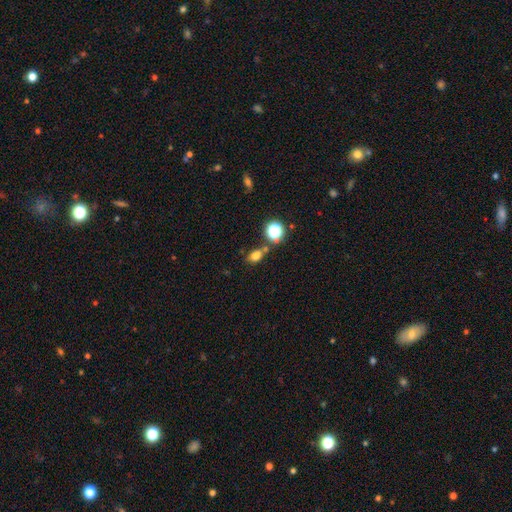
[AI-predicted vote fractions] A smooth galaxy with no disk features (75%) that is in between round and cigar-shaped (68%). Merging: none (65%).